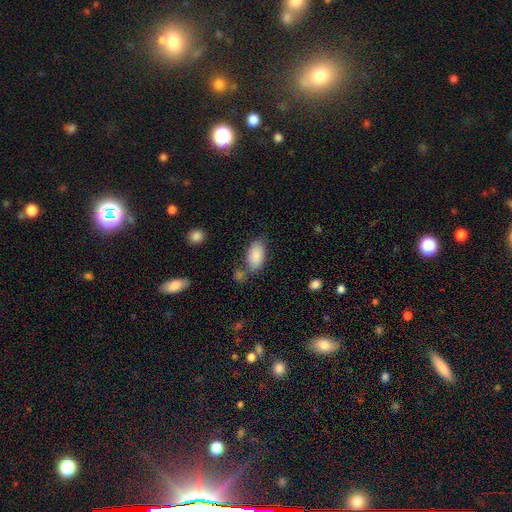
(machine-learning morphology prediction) The model was most divided on "merging": none: 64%, minor disturbance: 18%, merger: 12%, major disturbance: 6%. More confident: how rounded — in between (94%); smooth or featured — smooth (88%).